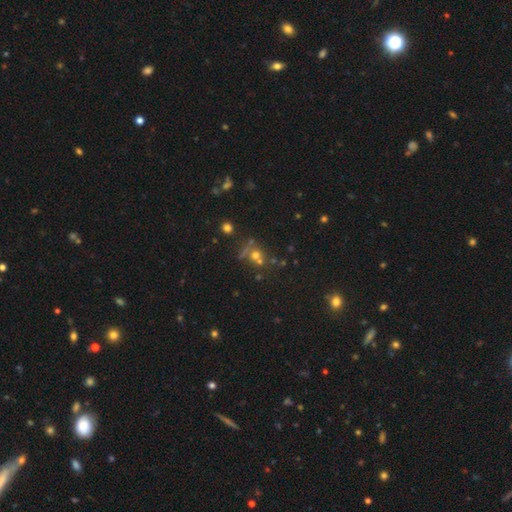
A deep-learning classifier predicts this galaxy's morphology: smooth 45%, star or artifact 36%, featured or disk 19%. Down the decision tree: merging — none (49%).